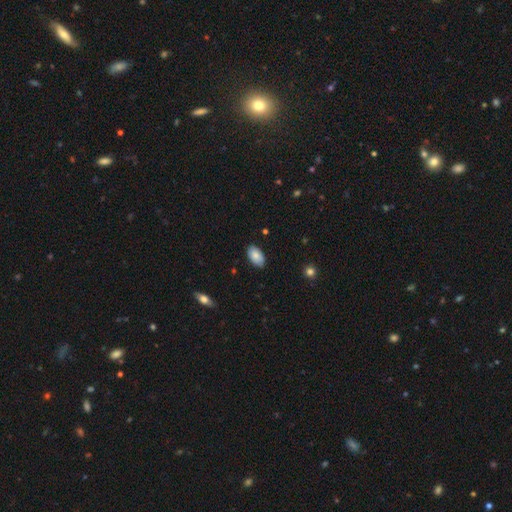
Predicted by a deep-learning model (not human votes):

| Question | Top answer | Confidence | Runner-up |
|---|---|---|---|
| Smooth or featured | smooth | 84% | featured or disk (9%) |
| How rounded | in between | 95% | round (4%) |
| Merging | none | 83% | minor disturbance (14%) |